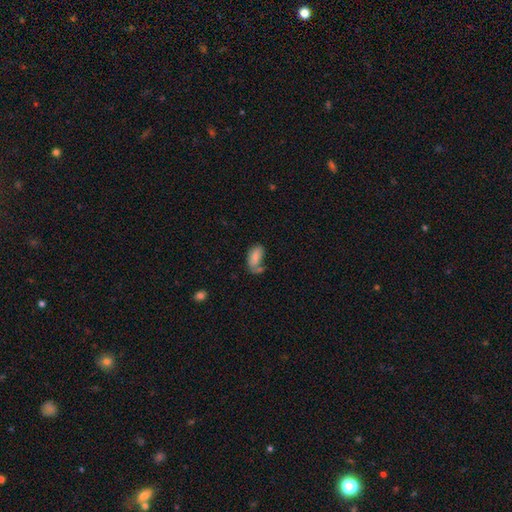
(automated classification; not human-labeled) Smooth or featured: smooth — 77% (featured or disk — 14%)
How rounded: in between — 92% (cigar-shaped — 5%)
Merging: none — 40% (minor disturbance — 24%)